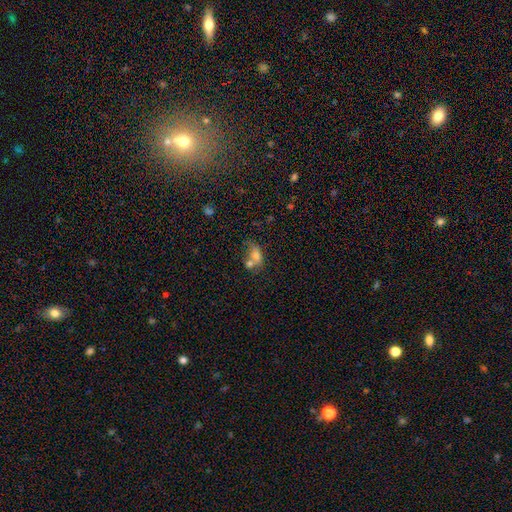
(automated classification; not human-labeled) Q: Smooth or featured?
A: smooth (65%); runner-up: featured or disk (22%)
Q: How rounded?
A: in between (74%); runner-up: round (21%)
Q: Merging?
A: merger (51%); runner-up: none (28%)